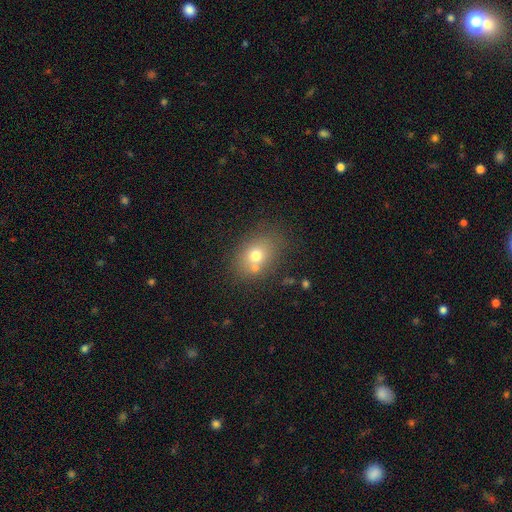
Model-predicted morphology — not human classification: Smooth or featured: smooth — 70% (featured or disk — 17%)
How rounded: in between — 62% (round — 37%)
Merging: none — 65% (merger — 17%)